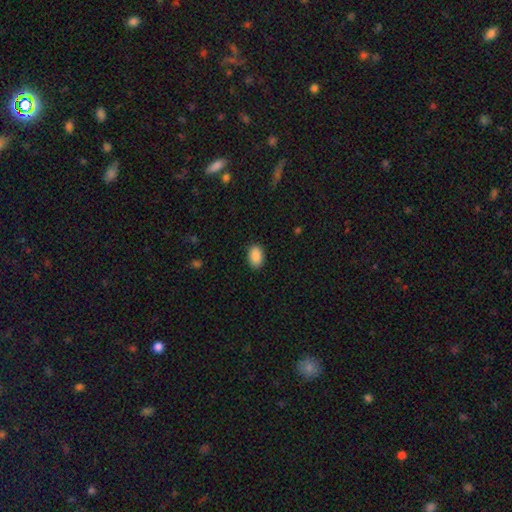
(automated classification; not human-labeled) Morphology: type=smooth (90%); roundness=in between (88%); merging=none (88%).